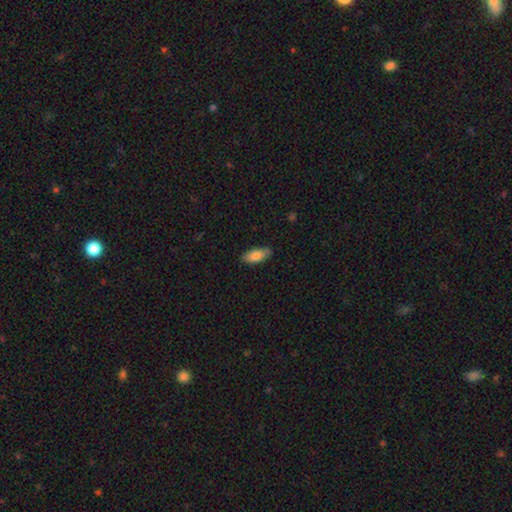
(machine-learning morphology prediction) Smooth or featured? smooth (82%)
How rounded? in between (84%)
Merging? none (83%)